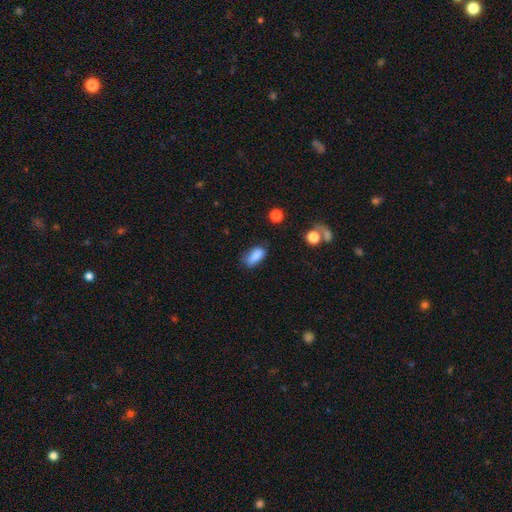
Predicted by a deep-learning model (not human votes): A smooth galaxy with no disk features (84%) that is in between round and cigar-shaped (80%). Merging: none (67%).